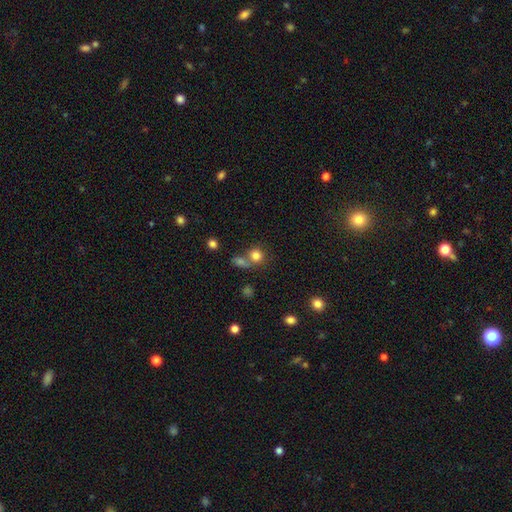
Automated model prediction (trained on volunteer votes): Smooth or featured? smooth (79%)
How rounded? round (81%)
Merging? none (50%)